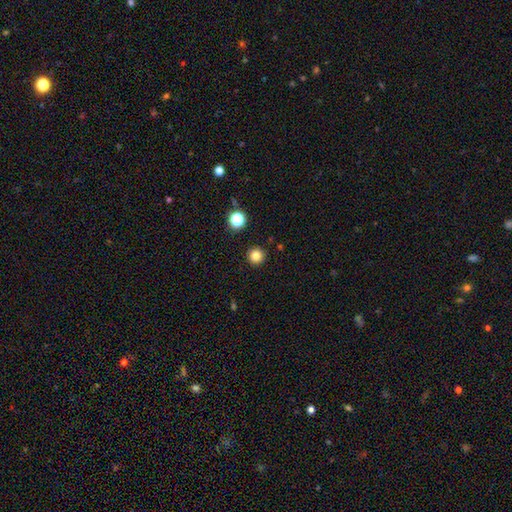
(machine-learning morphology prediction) This appears to be a smooth galaxy with no disk features (81%) that is round (96%). Merging: none (93%).